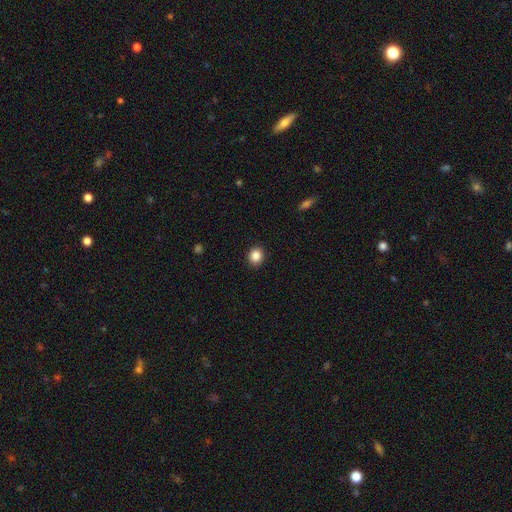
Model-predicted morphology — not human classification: smooth 86%, star or artifact 10%, featured or disk 4%. Down the decision tree: how rounded — round (76%); merging — none (91%).